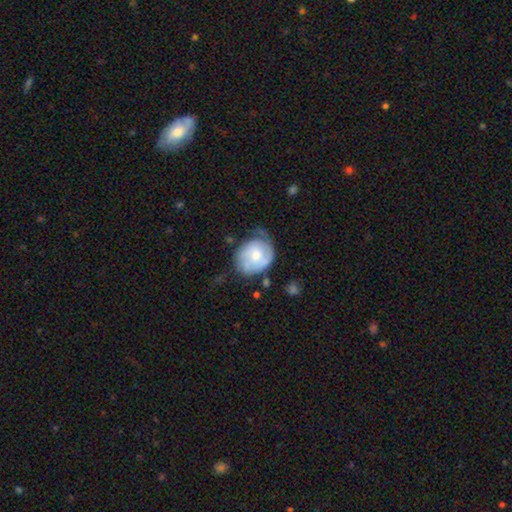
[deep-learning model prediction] Smooth or featured?
  - featured or disk: 56% *
  - smooth: 38%
  - star or artifact: 6%
Edge-on disk?
  - no: 97% *
  - yes: 3%
Bar?
  - no: 69% *
  - weak: 27%
  - strong: 5%
Spiral arms?
  - yes: 76% *
  - no: 24%
Bulge size?
  - moderate: 54% *
  - small: 38%
  - large: 4%
  - none: 2%
  - dominant: 1%
Merging?
  - none: 48% *
  - minor disturbance: 32%
  - major disturbance: 16%
  - merger: 4%